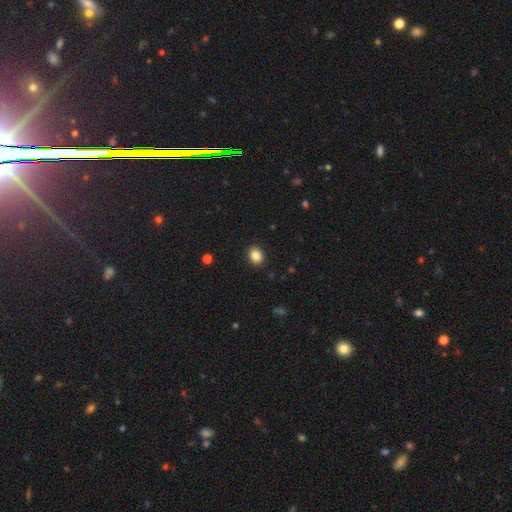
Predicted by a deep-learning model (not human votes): This is clearly a smooth galaxy (86%). How rounded: possibly in between (57%). Merging: clearly none (91%).